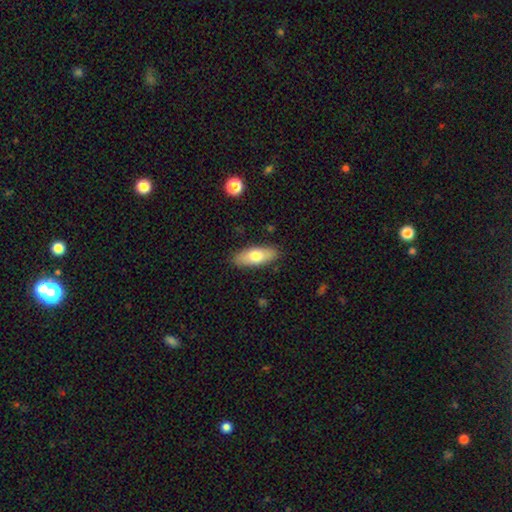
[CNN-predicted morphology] smooth-or-featured: smooth: 72% | featured or disk: 22% | star or artifact: 6%
  how-rounded: in between: 77% | cigar-shaped: 20% | round: 3%
  merging: none: 86% | minor disturbance: 10% | major disturbance: 2% | merger: 1%